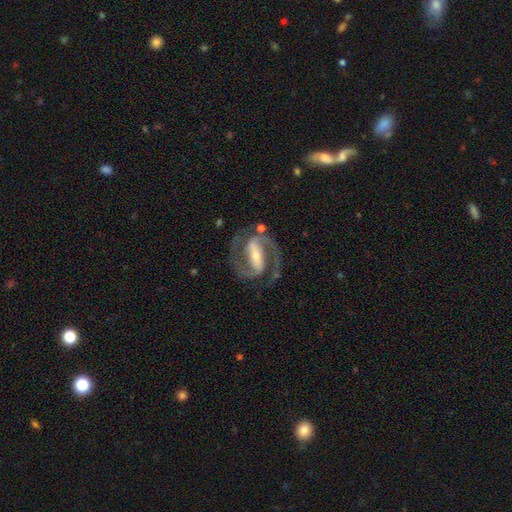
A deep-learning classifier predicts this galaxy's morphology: smooth_or_featured: featured or disk (p=0.92) [alt: star or artifact p=0.04]
disk_edge_on: no (p=0.97) [alt: yes p=0.03]
bar: strong (p=0.73) [alt: weak p=0.19]
has_spiral_arms: yes (p=0.97) [alt: no p=0.03]
spiral_winding: medium (p=0.57) [alt: tight p=0.33]
spiral_arm_count: 2 (p=0.94) [alt: can't tell p=0.02]
bulge_size: small (p=0.58) [alt: moderate p=0.36]
merging: none (p=0.80) [alt: minor disturbance p=0.12]